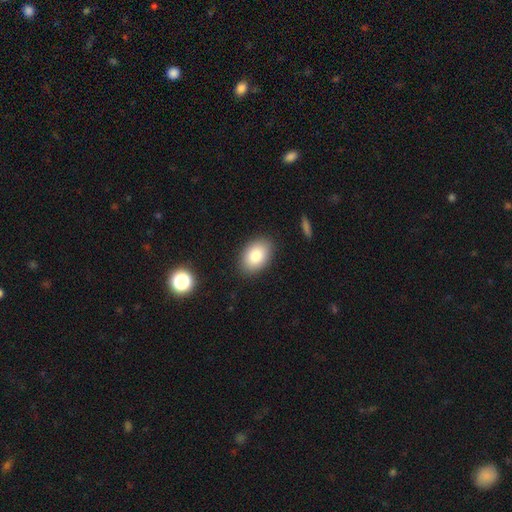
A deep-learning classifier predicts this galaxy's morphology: smooth 81%, featured or disk 11%, star or artifact 8%. Down the decision tree: how rounded — in between (84%); merging — none (88%).